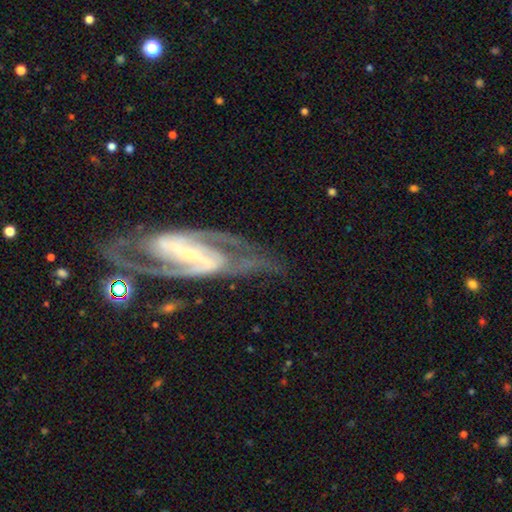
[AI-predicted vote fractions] Smooth or featured? Predicted: featured or disk (p=0.86). Edge-on disk? Predicted: no (p=0.90). Bar? Predicted: strong (p=0.52). Spiral arms? Predicted: yes (p=0.94). Spiral winding? Predicted: medium (p=0.50). Spiral arm count? Predicted: 2 (p=0.80). Bulge size? Predicted: small (p=0.66). Merging? Predicted: none (p=0.67).